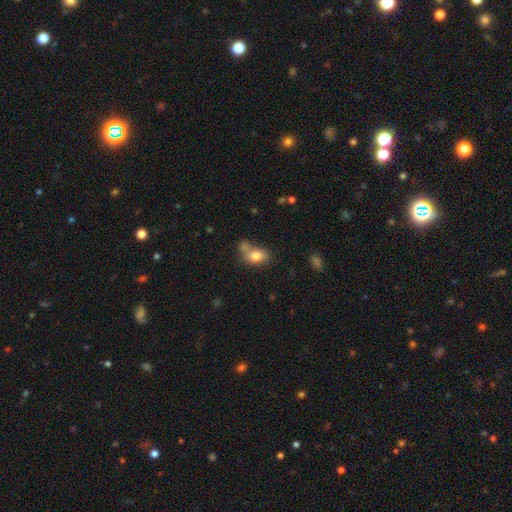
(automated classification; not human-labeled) smooth 80%, featured or disk 11%, star or artifact 9%. Down the decision tree: how rounded — in between (80%); merging — none (44%).